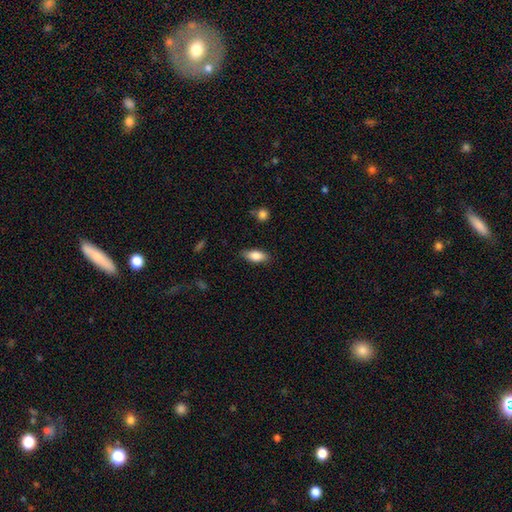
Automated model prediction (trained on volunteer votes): This is clearly a smooth galaxy (82%). How rounded: clearly in between (83%). Merging: clearly none (81%).